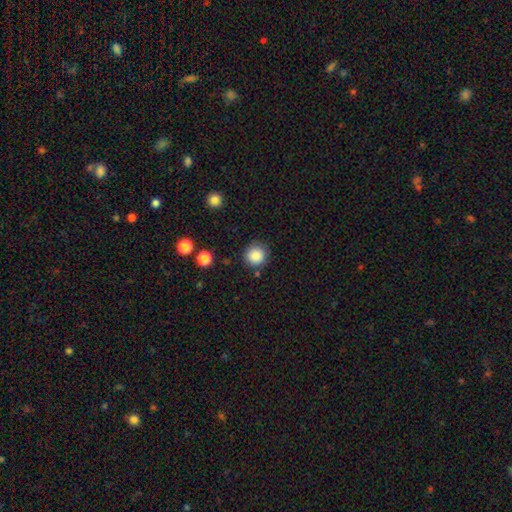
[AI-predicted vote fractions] Morphology: type=smooth (86%); roundness=round (93%); merging=none (83%).